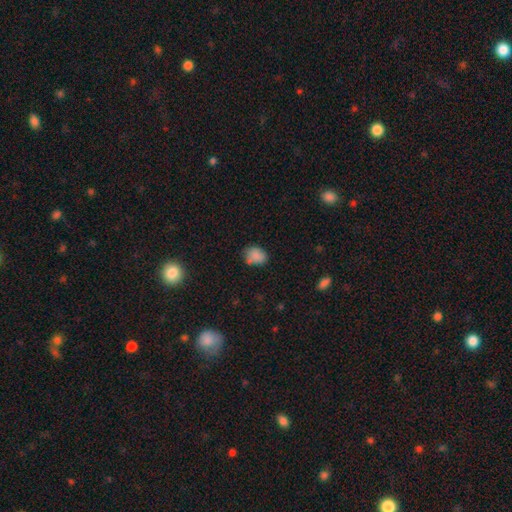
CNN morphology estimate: The model was most divided on "how rounded": in between: 64%, round: 35%, cigar-shaped: 1%. More confident: smooth or featured — smooth (83%); merging — none (63%).